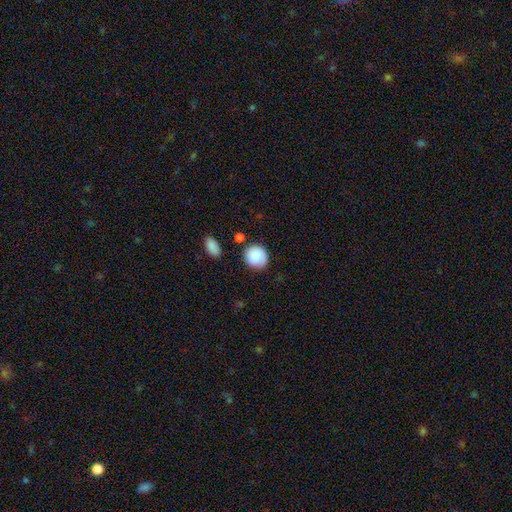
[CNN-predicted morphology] Overall: smooth (80%). How rounded: round (82%). Merging: none (76%).